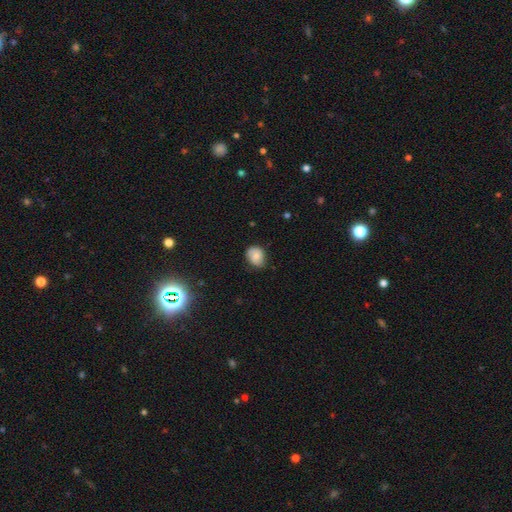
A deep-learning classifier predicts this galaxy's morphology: Overall: smooth (73%). How rounded: round (51%; in between 48%). Merging: none (71%).